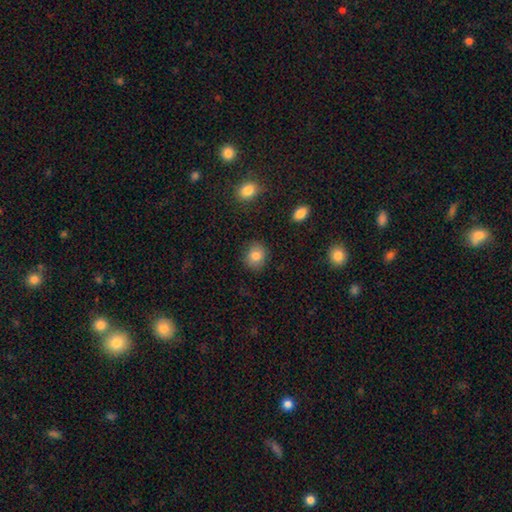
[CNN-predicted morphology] Smooth or featured? smooth (84%)
How rounded? round (70%)
Merging? none (87%)